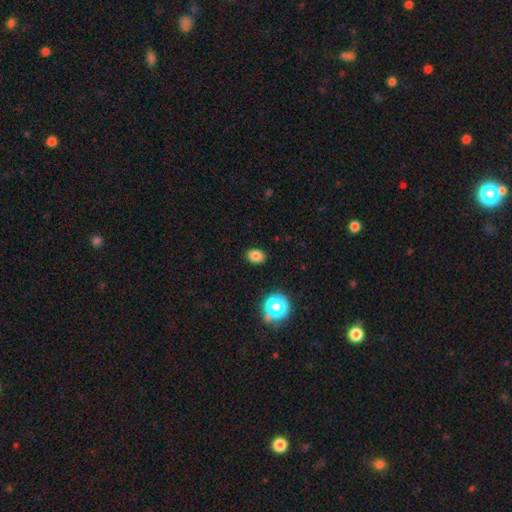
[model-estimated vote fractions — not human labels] This appears to be a smooth galaxy with no disk features (82%) that is in between round and cigar-shaped (66%). Merging: none (88%).